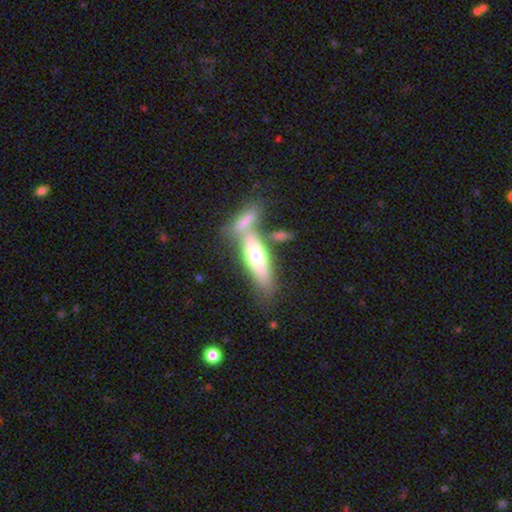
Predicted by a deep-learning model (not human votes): smooth-or-featured: smooth: 57% | featured or disk: 37% | star or artifact: 6%
  how-rounded: cigar-shaped: 54% | in between: 43% | round: 2%
  merging: none: 45% | merger: 38% | minor disturbance: 12% | major disturbance: 5%